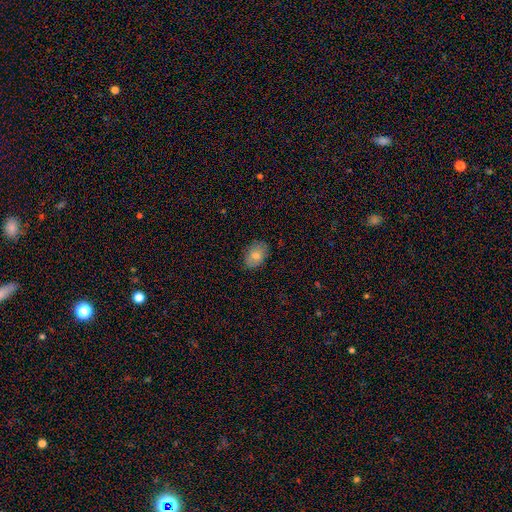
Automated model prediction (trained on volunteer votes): smooth-or-featured: smooth: 77% | featured or disk: 15% | star or artifact: 8%
  how-rounded: in between: 79% | round: 20% | cigar-shaped: 1%
  merging: none: 83% | minor disturbance: 13% | major disturbance: 3% | merger: 1%